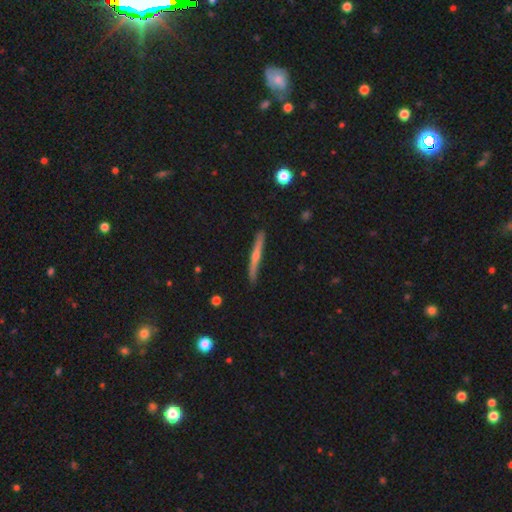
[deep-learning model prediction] featured or disk 59%, smooth 34%, star or artifact 6%. Down the decision tree: edge-on disk — yes (97%); edge-on bulge — rounded (65%); merging — none (86%).